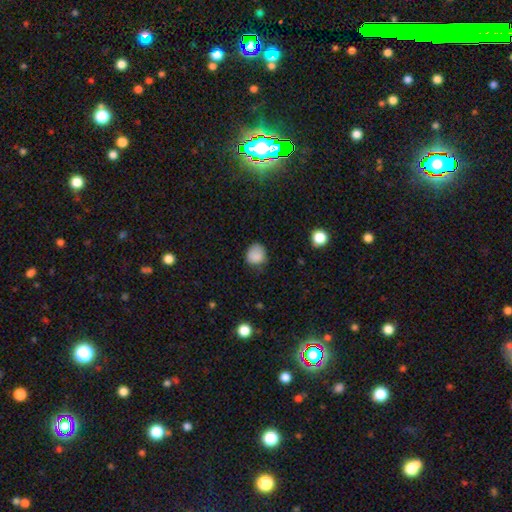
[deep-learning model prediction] smooth_or_featured: smooth (p=0.85) [alt: star or artifact p=0.10]
how_rounded: round (p=0.73) [alt: in between p=0.26]
merging: none (p=0.64) [alt: minor disturbance p=0.28]